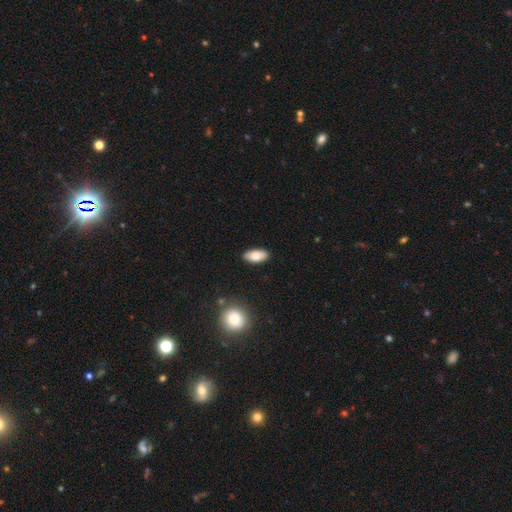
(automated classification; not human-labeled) Smooth or featured? smooth (80%)
How rounded? in between (90%)
Merging? none (88%)